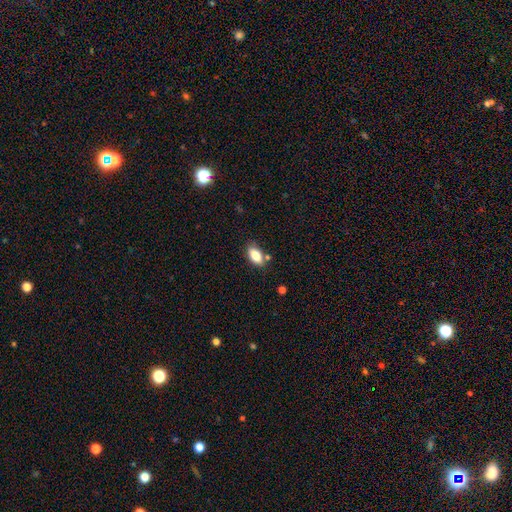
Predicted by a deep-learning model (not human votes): Q: Smooth or featured?
A: smooth (81%); runner-up: featured or disk (11%)
Q: How rounded?
A: in between (89%); runner-up: cigar-shaped (7%)
Q: Merging?
A: none (76%); runner-up: minor disturbance (15%)